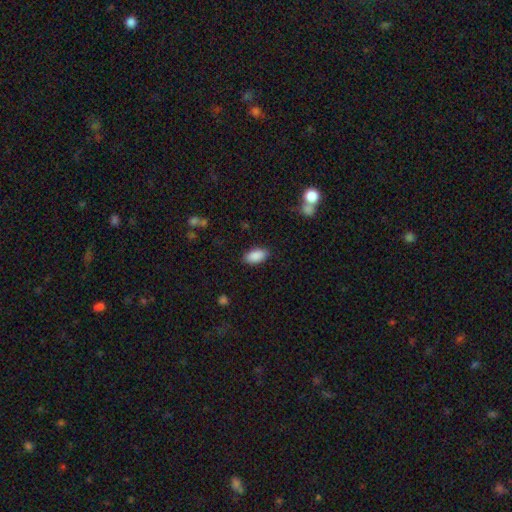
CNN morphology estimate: This appears to be a smooth galaxy with no disk features (89%) that is in between round and cigar-shaped (94%). Merging: none (87%).